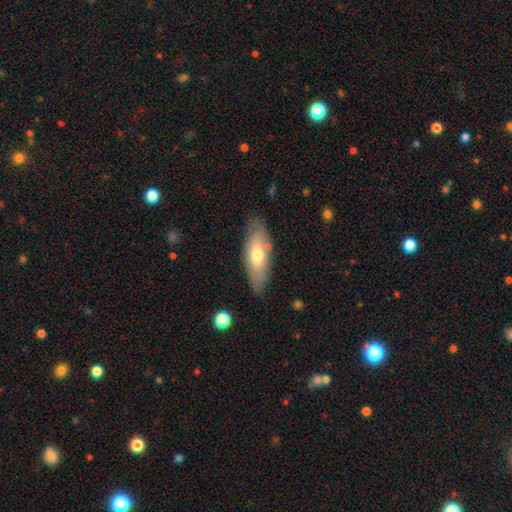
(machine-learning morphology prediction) This appears to be a smooth galaxy with no disk features (49%). Merging: none (85%).